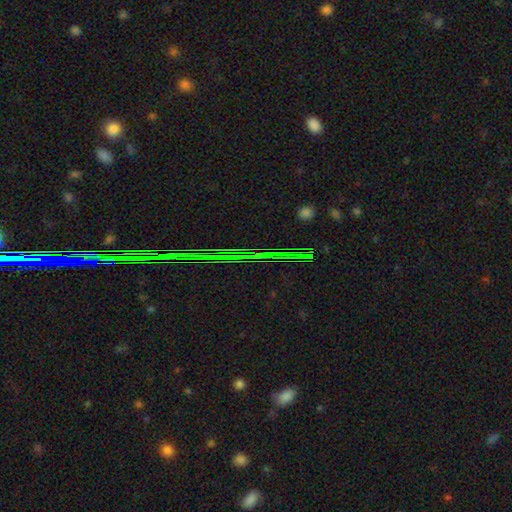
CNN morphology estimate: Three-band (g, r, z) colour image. It shows a star or artifact, not a galaxy (80%).